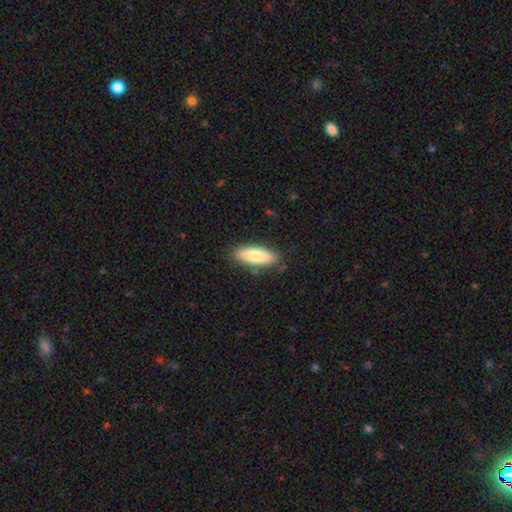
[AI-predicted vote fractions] Overall: smooth (79%). How rounded: in between (52%; cigar-shaped 46%). Merging: none (84%).